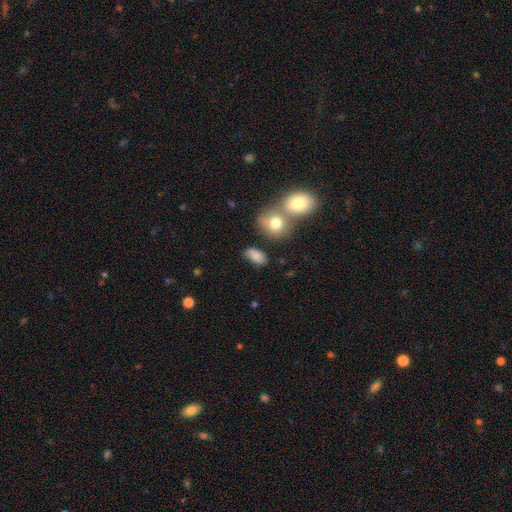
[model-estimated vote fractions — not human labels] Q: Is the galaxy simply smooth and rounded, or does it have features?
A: smooth — 81%.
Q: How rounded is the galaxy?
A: in between — 86%.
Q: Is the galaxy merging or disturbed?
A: none — 65%.